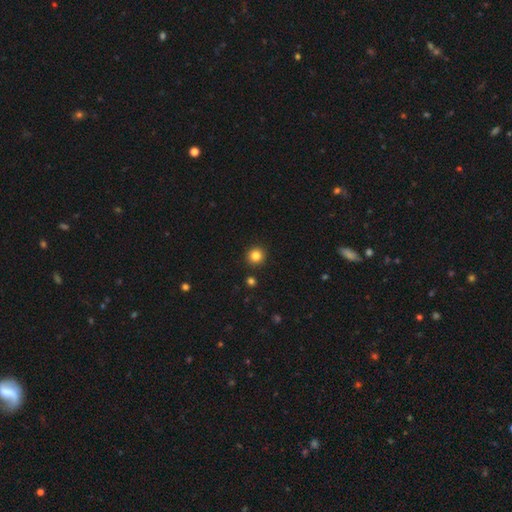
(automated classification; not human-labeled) Smooth or featured? Predicted: smooth (p=0.83). How rounded? Predicted: round (p=0.94). Merging? Predicted: none (p=0.91).